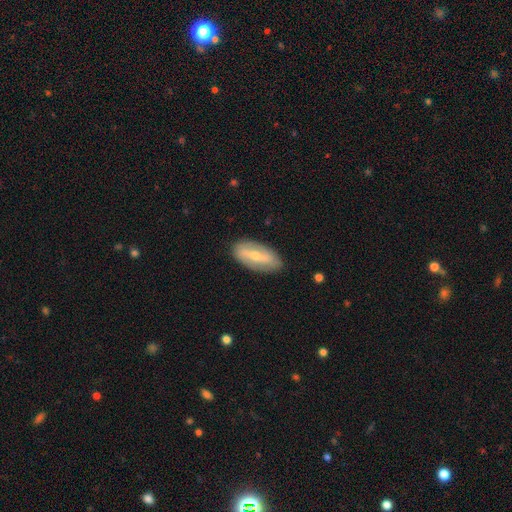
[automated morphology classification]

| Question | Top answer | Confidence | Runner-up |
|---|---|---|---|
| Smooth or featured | featured or disk | 61% | smooth (33%) |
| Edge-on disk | no | 88% | yes (12%) |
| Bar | strong | 41% | weak (37%) |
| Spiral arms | yes | 64% | no (36%) |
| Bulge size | small | 48% | tied: moderate (48%) |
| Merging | none | 85% | minor disturbance (11%) |